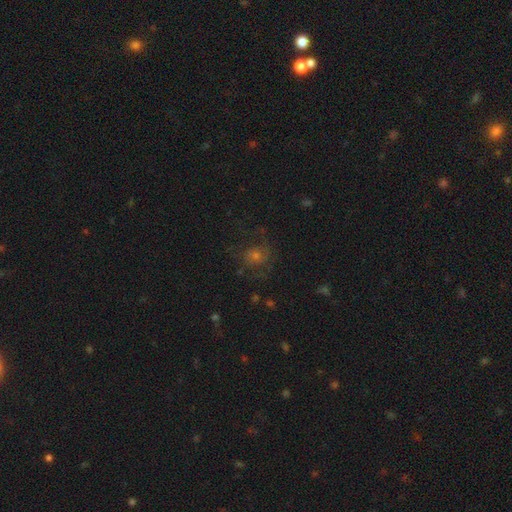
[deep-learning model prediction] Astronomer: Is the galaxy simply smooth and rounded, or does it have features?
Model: featured or disk — 40% (runner-up: smooth, 35%).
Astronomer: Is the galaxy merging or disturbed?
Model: none — 62%.